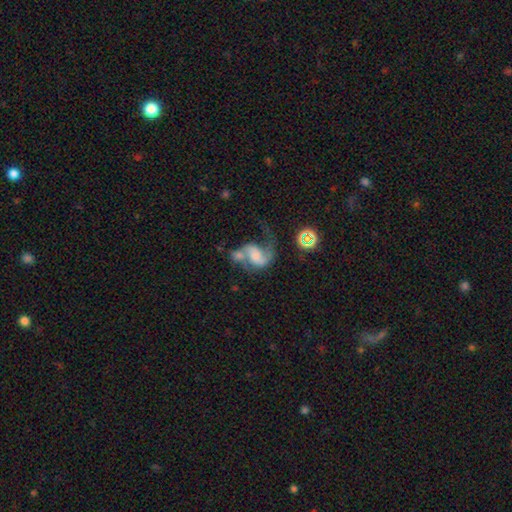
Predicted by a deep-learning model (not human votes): featured or disk 73%, smooth 17%, star or artifact 10%. Down the decision tree: edge-on disk — no (98%); bar — no (55%); spiral arms — yes (90%); spiral arm count — 2 (76%); spiral winding — loose (59%); bulge size — none (29%); merging — merger (39%).